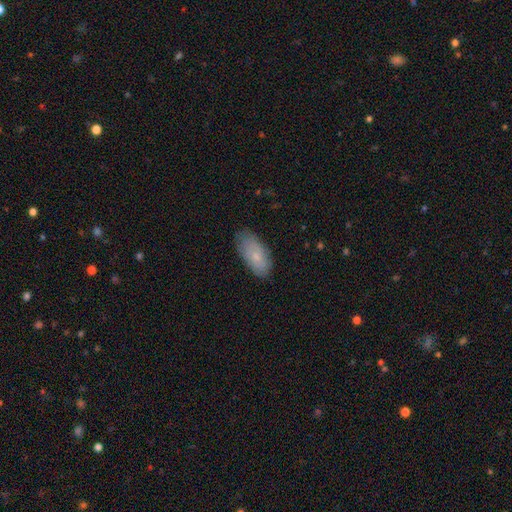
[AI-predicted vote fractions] Smooth or featured: smooth — 70% (featured or disk — 23%)
How rounded: in between — 92% (cigar-shaped — 6%)
Merging: none — 77% (minor disturbance — 19%)